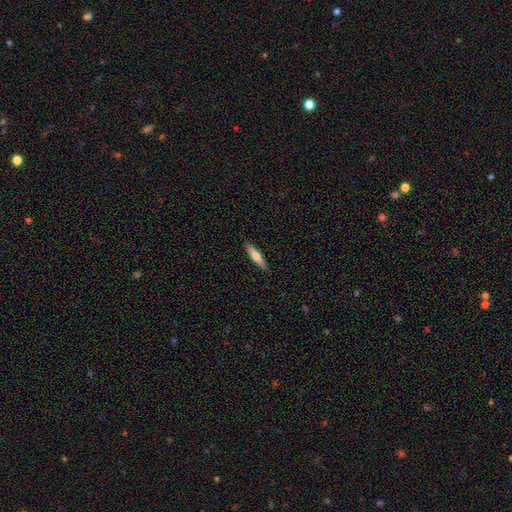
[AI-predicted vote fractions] The model was most divided on "smooth or featured": smooth: 63%, featured or disk: 31%, star or artifact: 5%. More confident: merging — none (90%); how rounded — cigar-shaped (84%).